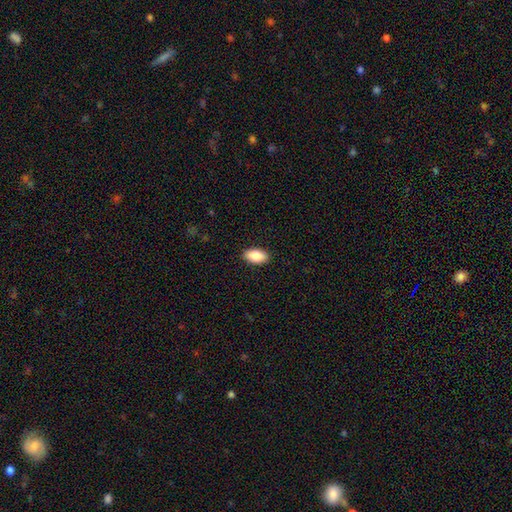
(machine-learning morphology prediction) A smooth galaxy with no disk features (87%) that is in between round and cigar-shaped (93%).

Vote fractions:
- Smooth or featured? smooth: 87% / star or artifact: 7% / featured or disk: 7%
- How rounded? in between: 93% / round: 4% / cigar-shaped: 3%
- Merging? none: 90% / minor disturbance: 8% / major disturbance: 2% / merger: 1%